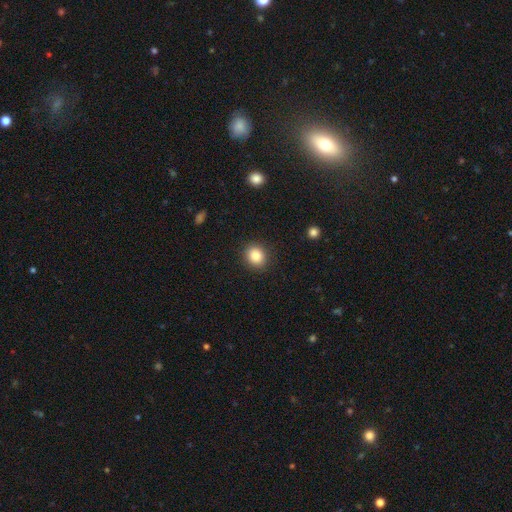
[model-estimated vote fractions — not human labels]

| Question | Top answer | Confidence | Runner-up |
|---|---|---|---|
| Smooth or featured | smooth | 85% | star or artifact (10%) |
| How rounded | round | 73% | in between (26%) |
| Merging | none | 89% | minor disturbance (7%) |